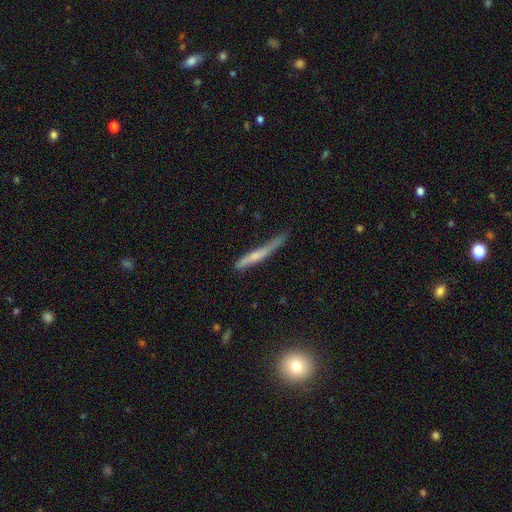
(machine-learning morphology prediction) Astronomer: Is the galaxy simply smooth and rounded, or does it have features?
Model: smooth — 50% (runner-up: featured or disk, 43%).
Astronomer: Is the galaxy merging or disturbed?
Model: none — 52% (runner-up: minor disturbance, 34%).